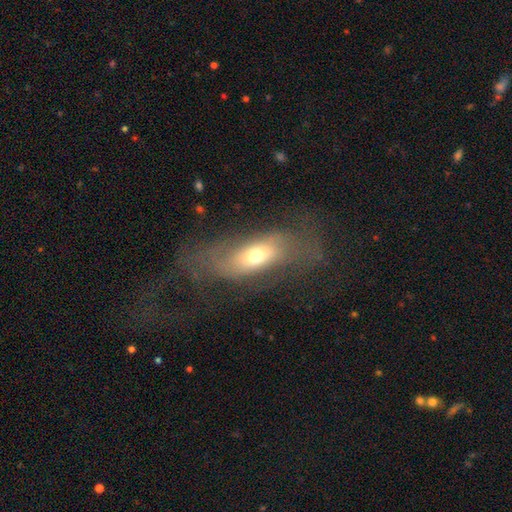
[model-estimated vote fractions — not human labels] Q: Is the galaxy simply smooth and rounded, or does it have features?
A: smooth — 54%.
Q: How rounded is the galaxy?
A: in between — 75%.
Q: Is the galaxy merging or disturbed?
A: none — 49%.